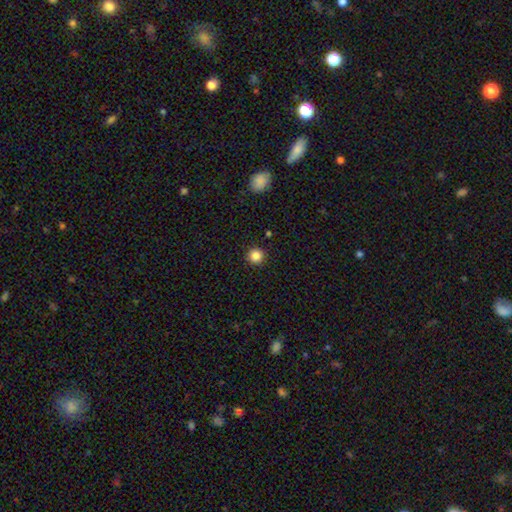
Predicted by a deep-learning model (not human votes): Overall: smooth (86%). How rounded: round (95%). Merging: none (92%).